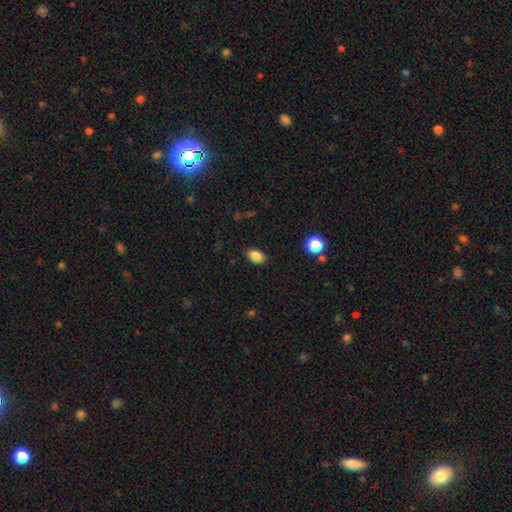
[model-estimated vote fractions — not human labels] Smooth or featured: smooth — 85% (star or artifact — 10%)
How rounded: in between — 83% (round — 16%)
Merging: none — 88% (minor disturbance — 9%)